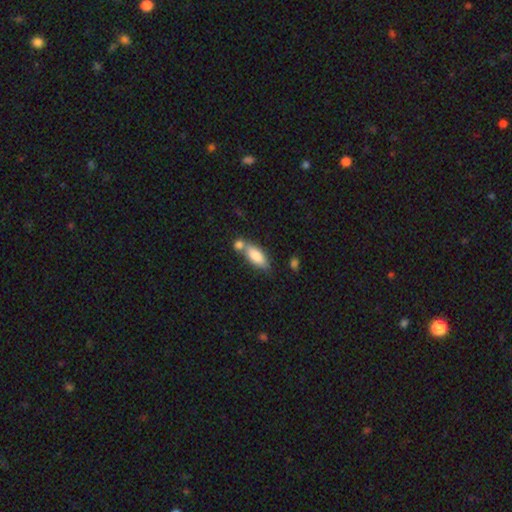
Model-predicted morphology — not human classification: The model was most divided on "merging": none: 45%, merger: 37%, minor disturbance: 14%, major disturbance: 4%. More confident: smooth or featured — smooth (79%); how rounded — in between (75%).